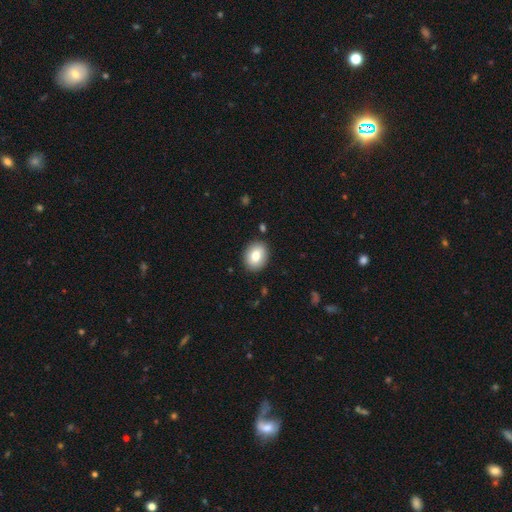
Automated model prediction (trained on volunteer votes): Q: Smooth or featured?
A: smooth (80%); runner-up: featured or disk (13%)
Q: How rounded?
A: in between (57%); runner-up: round (42%)
Q: Merging?
A: none (88%); runner-up: minor disturbance (8%)